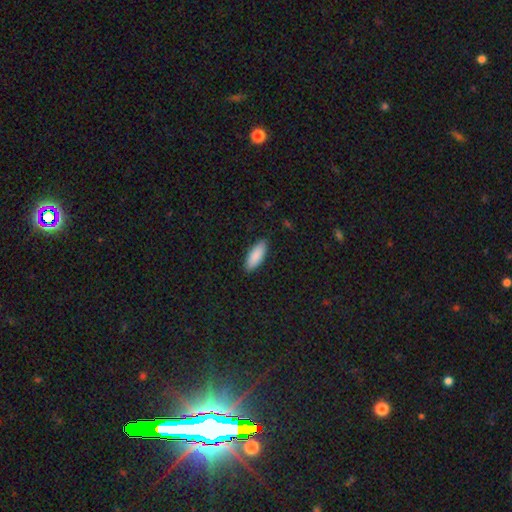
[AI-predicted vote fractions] Smooth or featured?
  - smooth: 90% *
  - star or artifact: 5%
  - featured or disk: 5%
How rounded?
  - in between: 72% *
  - cigar-shaped: 27%
  - round: 2%
Merging?
  - none: 89% *
  - minor disturbance: 8%
  - major disturbance: 2%
  - merger: 1%